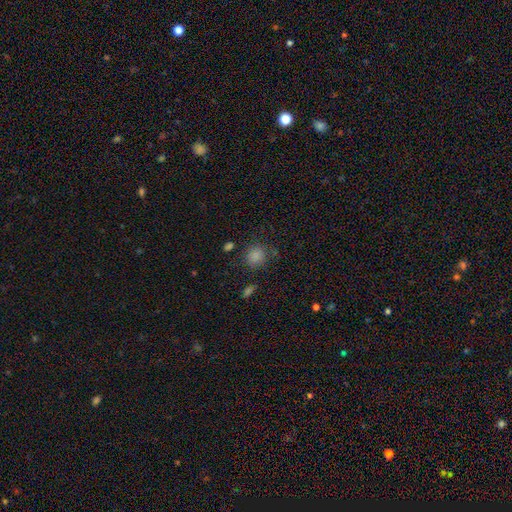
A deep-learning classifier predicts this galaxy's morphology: Q: Smooth or featured?
A: smooth (83%); runner-up: star or artifact (12%)
Q: How rounded?
A: round (82%); runner-up: in between (17%)
Q: Merging?
A: none (76%); runner-up: minor disturbance (14%)